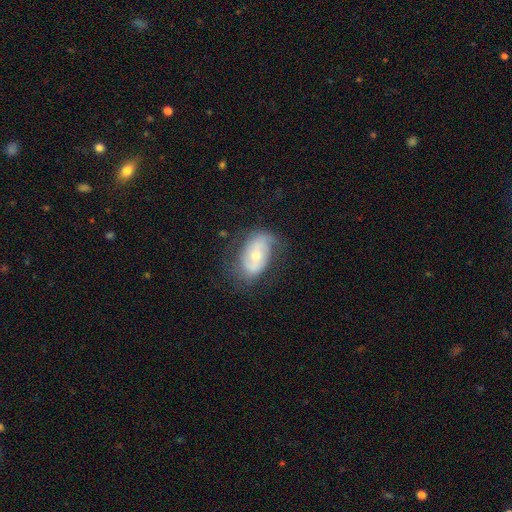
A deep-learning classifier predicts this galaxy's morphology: Q: Smooth or featured?
A: featured or disk (66%); runner-up: smooth (26%)
Q: Edge-on disk?
A: no (94%); runner-up: yes (6%)
Q: Bar?
A: no (52%); runner-up: weak (33%)
Q: Spiral arms?
A: yes (77%); runner-up: no (23%)
Q: Bulge size?
A: moderate (53%); runner-up: small (43%)
Q: Merging?
A: none (63%); runner-up: minor disturbance (24%)